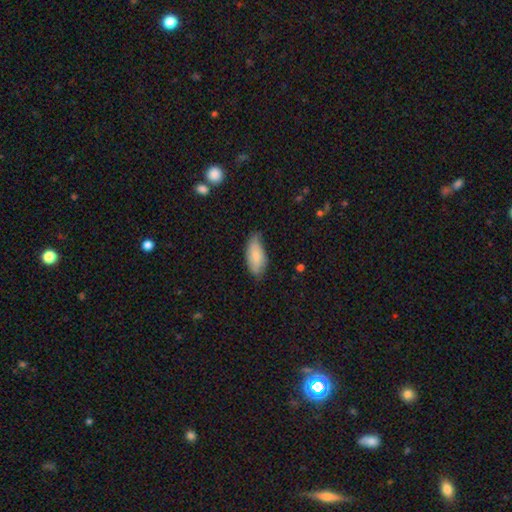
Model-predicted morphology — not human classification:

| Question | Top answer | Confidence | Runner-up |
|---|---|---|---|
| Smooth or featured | smooth | 78% | featured or disk (16%) |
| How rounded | in between | 86% | cigar-shaped (12%) |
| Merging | none | 61% | minor disturbance (32%) |